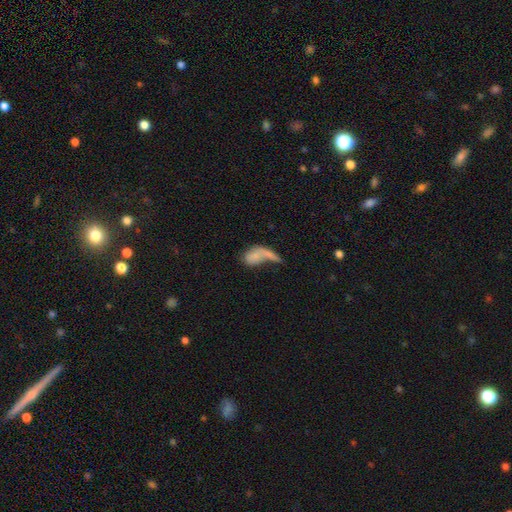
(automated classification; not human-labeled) Morphology: type=smooth (61%); roundness=in between (77%); merging=major disturbance (34%).